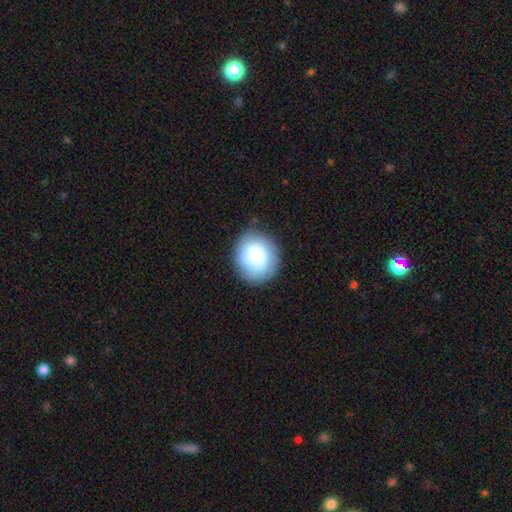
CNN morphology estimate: smooth_or_featured: smooth (p=0.74) [alt: featured or disk p=0.19]
how_rounded: round (p=0.78) [alt: in between p=0.21]
merging: none (p=0.79) [alt: minor disturbance p=0.15]